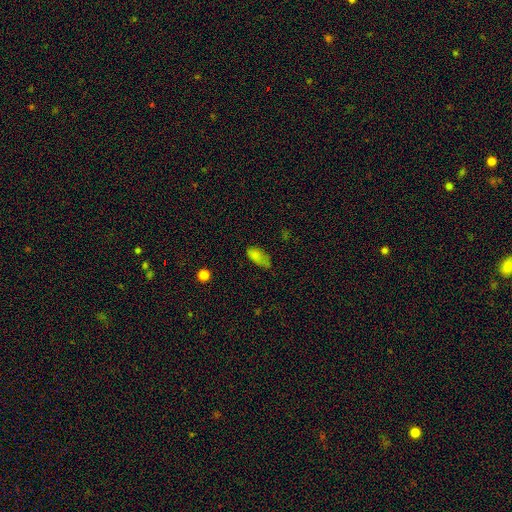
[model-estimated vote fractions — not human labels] This is likely a smooth galaxy (78%). How rounded: clearly in between (87%). Merging: possibly none (46%).